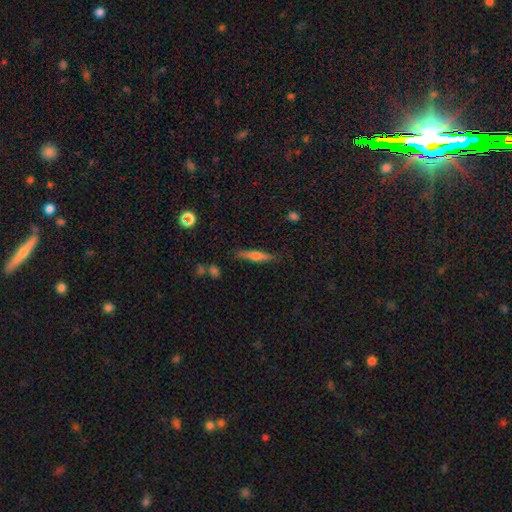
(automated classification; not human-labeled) Q: Smooth or featured?
A: smooth (52%); runner-up: featured or disk (41%)
Q: How rounded?
A: cigar-shaped (85%); runner-up: in between (13%)
Q: Merging?
A: none (85%); runner-up: minor disturbance (10%)